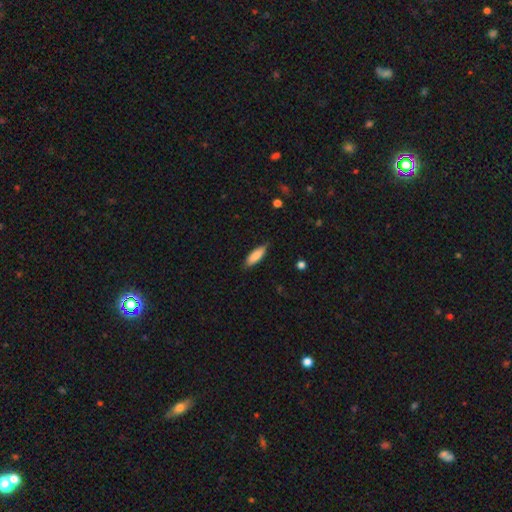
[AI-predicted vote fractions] A smooth galaxy with no disk features (85%) that is in between round and cigar-shaped (55%).

Vote fractions:
- Smooth or featured? smooth: 85% / featured or disk: 9% / star or artifact: 6%
- How rounded? in between: 55% / cigar-shaped: 43% / round: 2%
- Merging? none: 80% / minor disturbance: 16% / major disturbance: 3% / merger: 1%